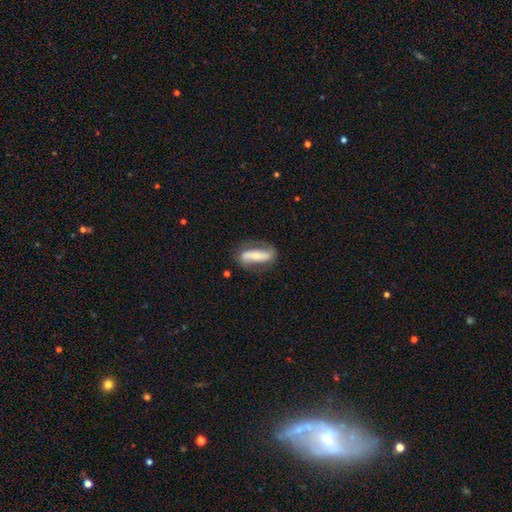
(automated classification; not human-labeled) smooth-or-featured: featured or disk: 59% | smooth: 35% | star or artifact: 6%
  disk-edge-on: no: 75% | yes: 25%
  merging: none: 72% | minor disturbance: 18% | major disturbance: 8% | merger: 2%